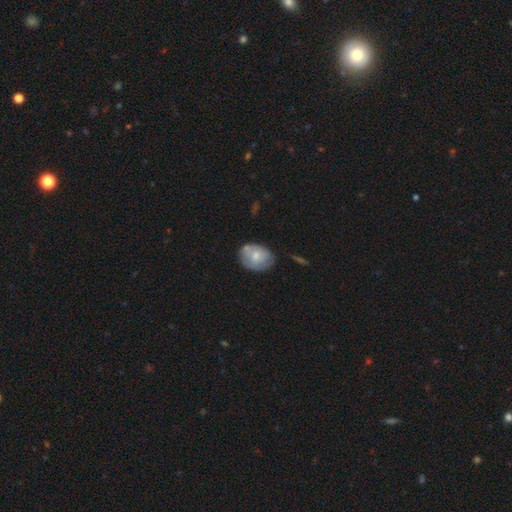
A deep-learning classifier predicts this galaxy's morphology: Smooth or featured? smooth (56%)
How rounded? in between (66%)
Merging? none (61%)